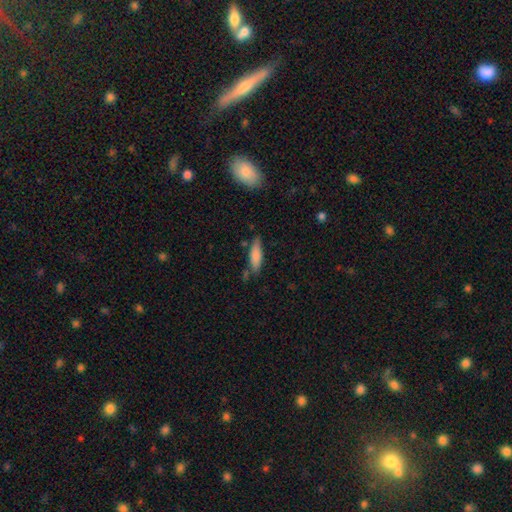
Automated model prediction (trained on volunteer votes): The model was most divided on "how rounded": cigar-shaped: 57%, in between: 41%, round: 2%. More confident: smooth or featured — smooth (80%); merging — none (67%).